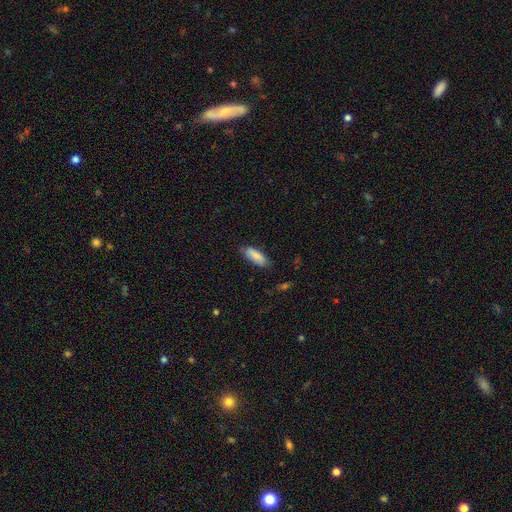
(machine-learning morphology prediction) This appears to be a smooth galaxy with no disk features (85%) that is in between round and cigar-shaped (71%). Merging: none (80%).